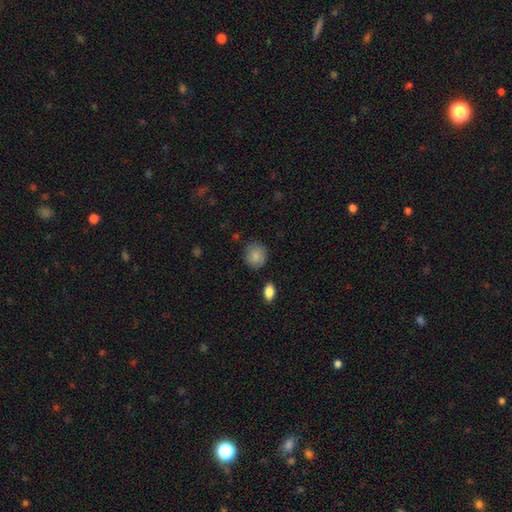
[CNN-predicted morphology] A smooth galaxy with no disk features (86%) that is round (83%). Merging: none (83%).